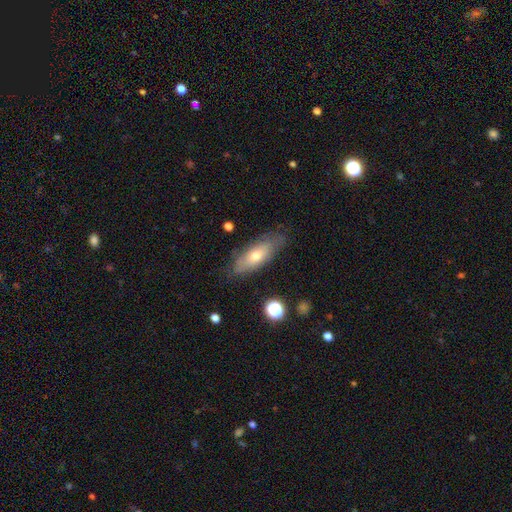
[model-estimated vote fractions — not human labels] The model was most divided on "smooth or featured": smooth: 56%, featured or disk: 37%, star or artifact: 7%. More confident: merging — none (76%); how rounded — in between (67%).